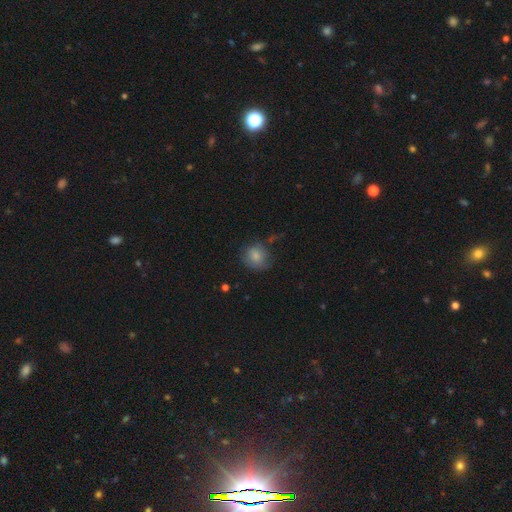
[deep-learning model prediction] Overall: smooth (80%). How rounded: round (77%). Merging: none (64%).